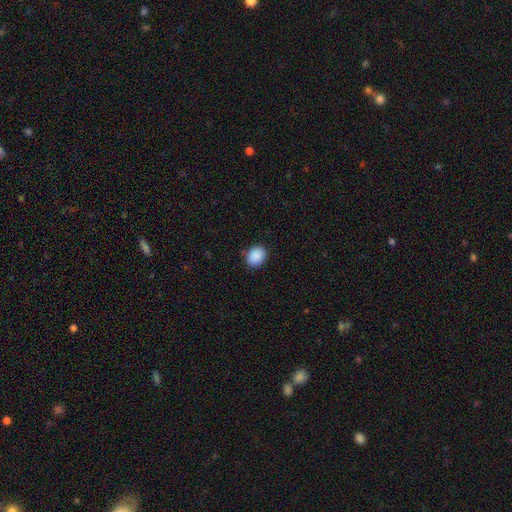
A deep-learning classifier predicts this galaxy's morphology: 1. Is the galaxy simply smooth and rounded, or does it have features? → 90% smooth, 8% star or artifact, 2% featured or disk.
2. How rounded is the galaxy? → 55% round, 44% in between, 1% cigar-shaped.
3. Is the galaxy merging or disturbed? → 87% none, 10% minor disturbance, 2% major disturbance, 1% merger.